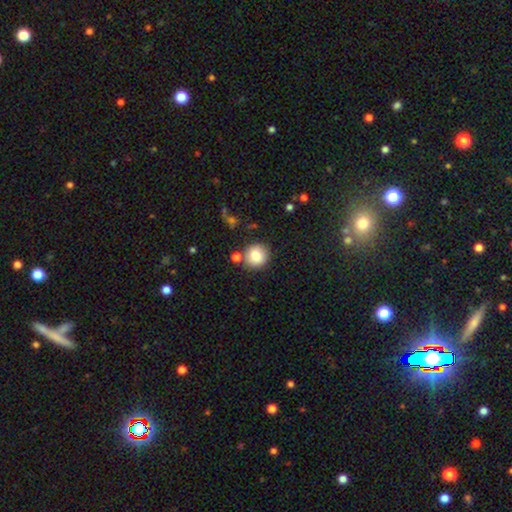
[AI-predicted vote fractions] smooth 82%, star or artifact 10%, featured or disk 9%. Down the decision tree: how rounded — round (90%); merging — none (80%).